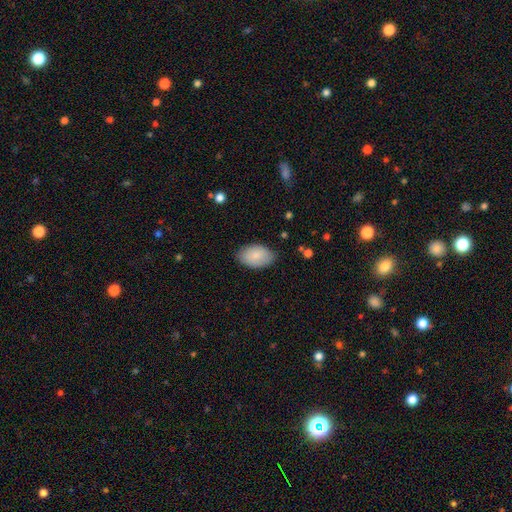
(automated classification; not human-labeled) Overall: smooth (82%). How rounded: in between (92%). Merging: none (80%).